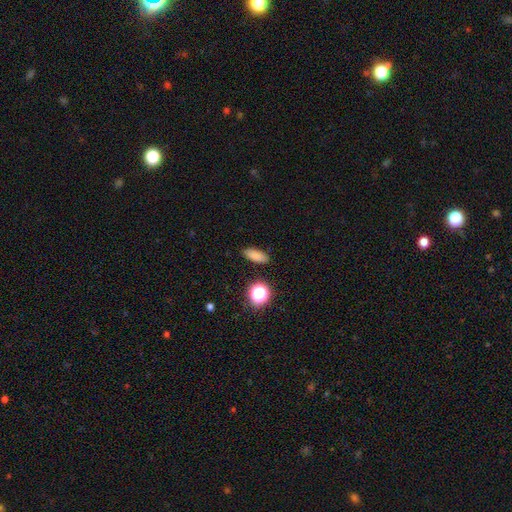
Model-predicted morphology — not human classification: smooth_or_featured: smooth (p=0.81) [alt: star or artifact p=0.12]
how_rounded: in between (p=0.74) [alt: cigar-shaped p=0.17]
merging: none (p=0.88) [alt: minor disturbance p=0.08]